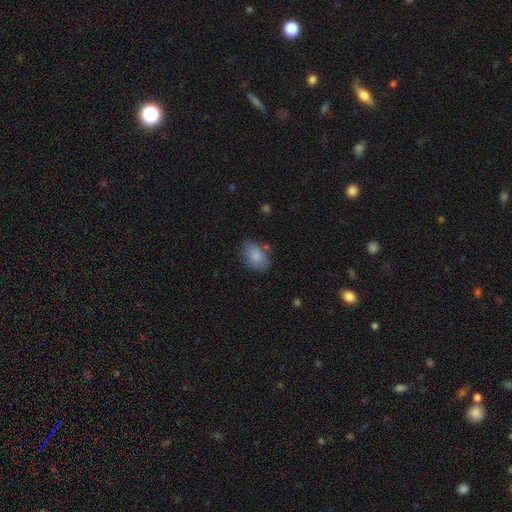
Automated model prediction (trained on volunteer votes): Smooth or featured? smooth (84%)
How rounded? in between (87%)
Merging? none (71%)